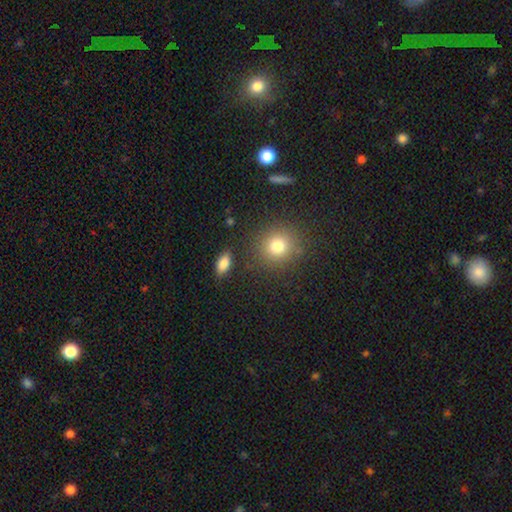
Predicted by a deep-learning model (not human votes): A smooth galaxy with no disk features (63%) that is round (90%). Merging: none (86%).